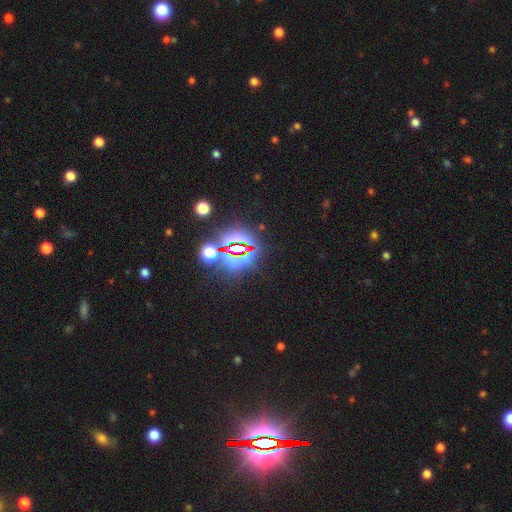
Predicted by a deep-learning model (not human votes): A star or artifact, not a galaxy (85%).

Vote fractions:
- Smooth or featured? star or artifact: 85% / smooth: 9% / featured or disk: 7%